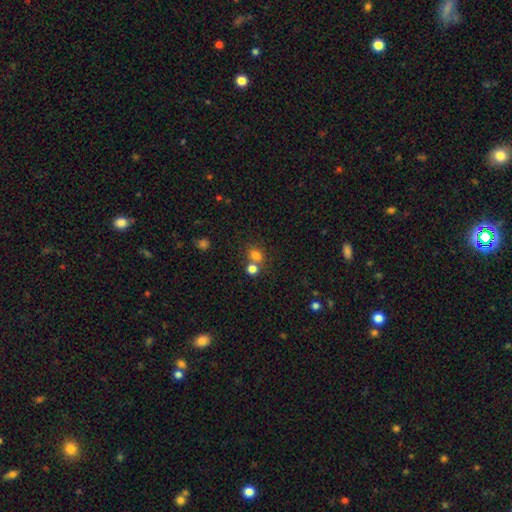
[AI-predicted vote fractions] Smooth or featured? smooth (77%)
How rounded? round (52%)
Merging? none (50%)